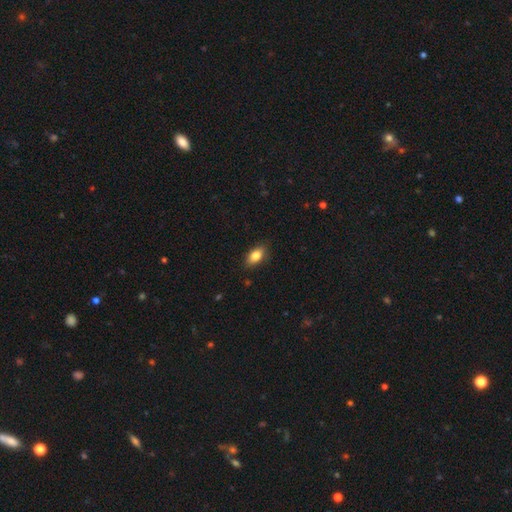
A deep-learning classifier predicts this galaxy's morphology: This appears to be a smooth galaxy with no disk features (82%) that is in between round and cigar-shaped (88%). Merging: none (85%).